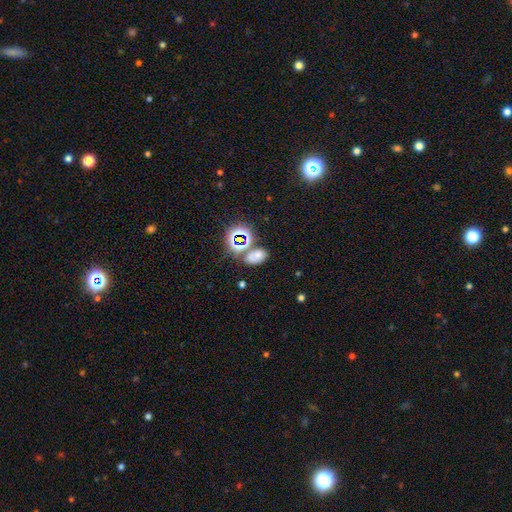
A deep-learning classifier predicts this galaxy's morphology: Smooth or featured? smooth (55%)
How rounded? in between (82%)
Merging? none (58%)